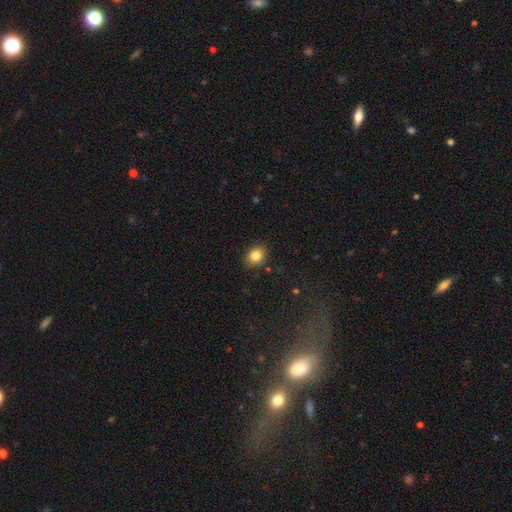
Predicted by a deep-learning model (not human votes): This is clearly a smooth galaxy (83%). How rounded: likely in between (61%). Merging: clearly none (87%).